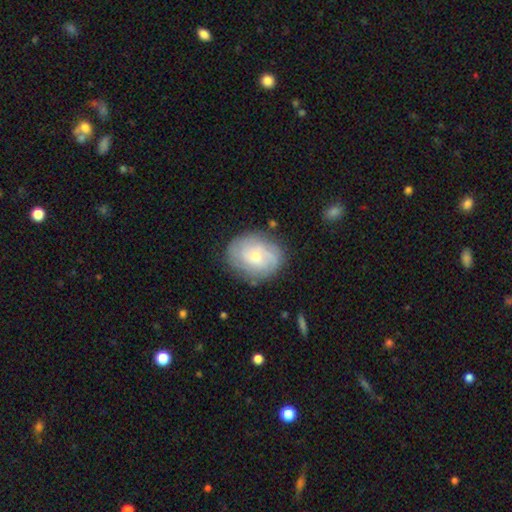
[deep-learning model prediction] Smooth or featured?
  - featured or disk: 64% *
  - smooth: 29%
  - star or artifact: 7%
Edge-on disk?
  - no: 97% *
  - yes: 3%
Bar?
  - no: 67% *
  - weak: 28%
  - strong: 4%
Spiral arms?
  - yes: 85% *
  - no: 15%
Spiral winding?
  - tight: 58% *
  - medium: 31%
  - loose: 12%
Spiral arm count?
  - can't tell: 45% *
  - 2: 21%
  - 3: 16%
  - 4: 9%
  - 1: 5%
  - more than 4: 4%
Bulge size?
  - small: 63% *
  - moderate: 33%
  - large: 2%
  - none: 2%
  - dominant: 1%
Merging?
  - none: 76% *
  - minor disturbance: 16%
  - major disturbance: 6%
  - merger: 2%